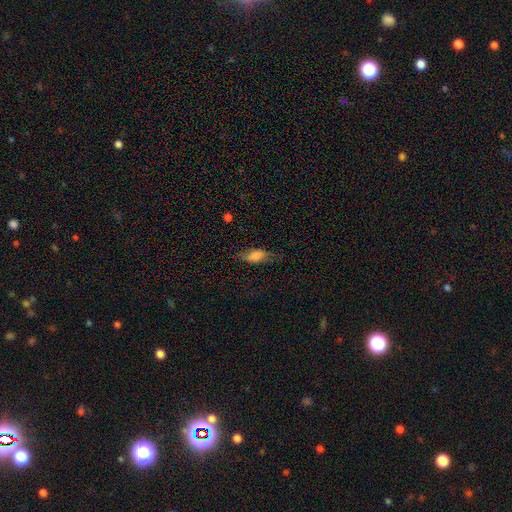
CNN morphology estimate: Smooth or featured: smooth — 67% (featured or disk — 25%)
How rounded: in between — 79% (cigar-shaped — 16%)
Merging: none — 65% (minor disturbance — 24%)